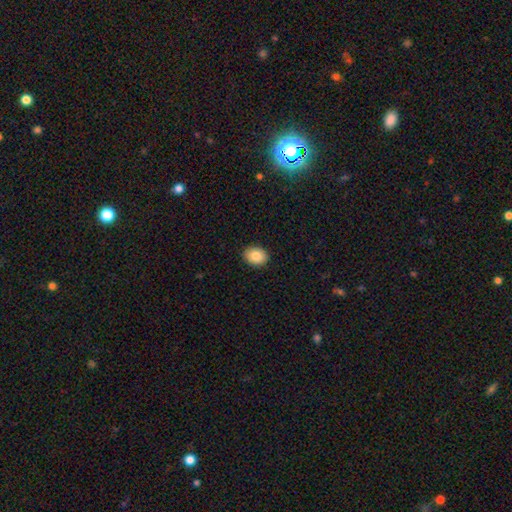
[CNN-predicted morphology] Smooth or featured? Predicted: smooth (p=0.85). How rounded? Predicted: in between (p=0.63). Merging? Predicted: none (p=0.90).